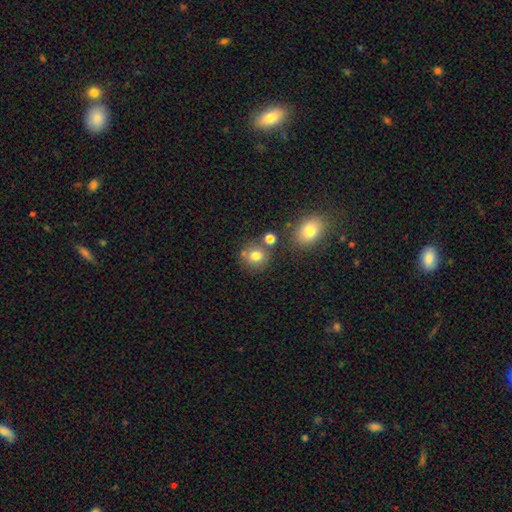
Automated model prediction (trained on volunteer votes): Overall: smooth (78%). How rounded: round (84%). Merging: none (70%).